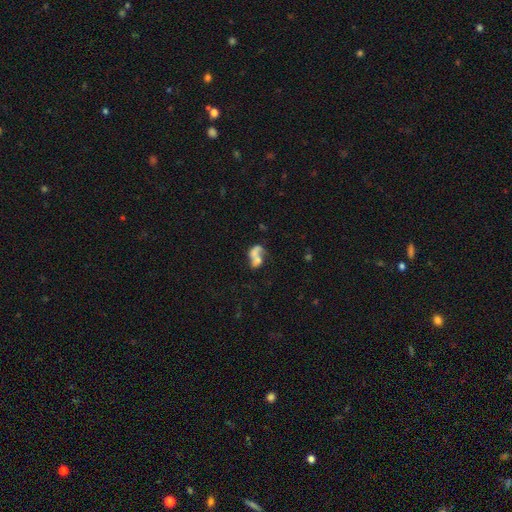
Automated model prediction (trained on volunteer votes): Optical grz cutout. It shows a smooth galaxy with no disk features (51%) that is in between round and cigar-shaped (77%). Merging: merger (57%).